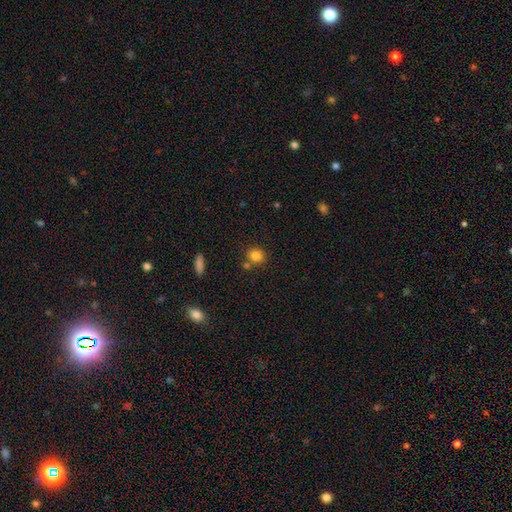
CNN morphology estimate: smooth 83%, star or artifact 11%, featured or disk 6%. Down the decision tree: how rounded — round (82%); merging — none (70%).